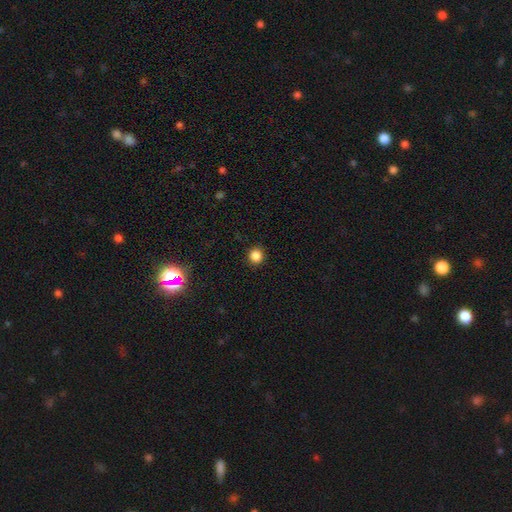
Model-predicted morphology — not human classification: This is clearly a smooth galaxy (85%). How rounded: clearly round (92%). Merging: clearly none (92%).